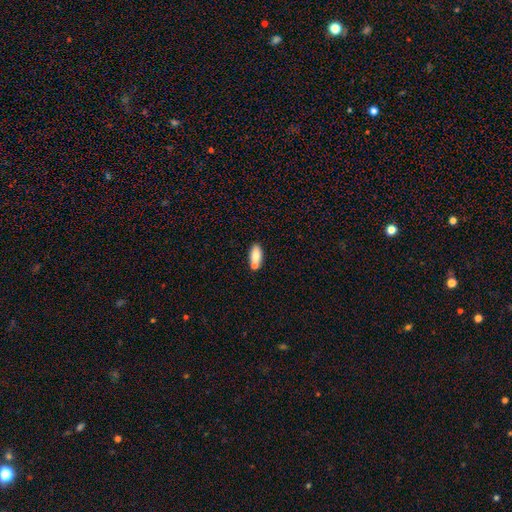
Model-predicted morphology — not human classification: Smooth or featured: smooth — 80% (featured or disk — 13%)
How rounded: in between — 87% (cigar-shaped — 9%)
Merging: none — 53% (merger — 30%)